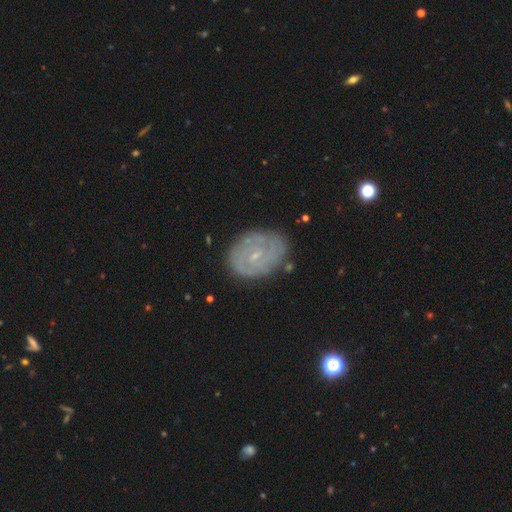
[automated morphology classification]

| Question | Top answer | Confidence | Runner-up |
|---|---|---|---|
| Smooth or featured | featured or disk | 71% | smooth (20%) |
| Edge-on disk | no | 96% | yes (4%) |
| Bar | no | 66% | weak (28%) |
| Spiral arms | yes | 80% | no (20%) |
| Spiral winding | tight | 65% | medium (25%) |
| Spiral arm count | can't tell | 43% | 2 (34%) |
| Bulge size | small | 82% | moderate (13%) |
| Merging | none | 75% | minor disturbance (18%) |